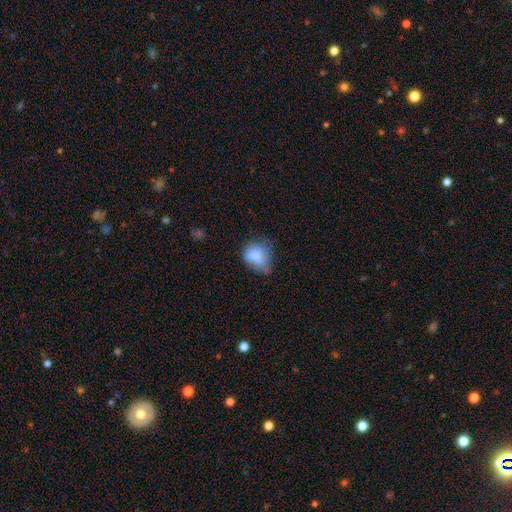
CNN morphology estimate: The model was most divided on "merging": minor disturbance: 37%, none: 34%, major disturbance: 24%, merger: 5%. More confident: smooth or featured — smooth (72%); how rounded — in between (51%).